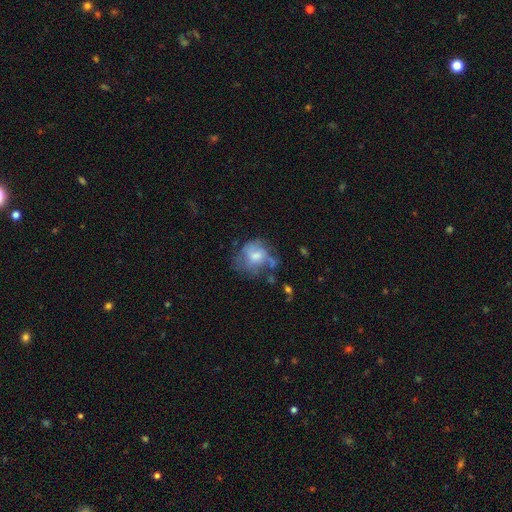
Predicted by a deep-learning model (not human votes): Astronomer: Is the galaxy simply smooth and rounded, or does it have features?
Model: smooth — 51% (runner-up: featured or disk, 39%).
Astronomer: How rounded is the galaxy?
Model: round — 57% (runner-up: in between, 42%).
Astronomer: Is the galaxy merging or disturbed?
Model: none — 38% (runner-up: major disturbance, 28%).